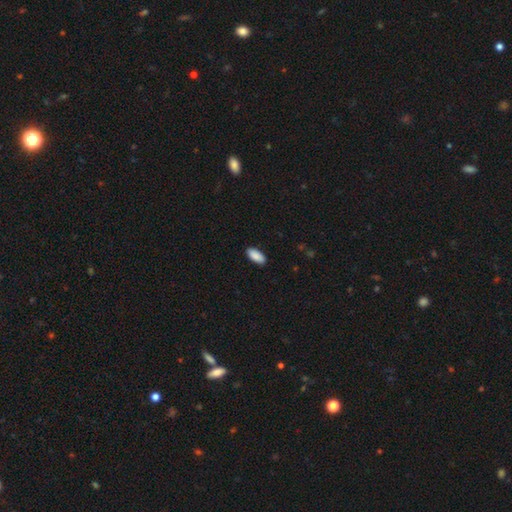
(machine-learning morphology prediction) type=smooth (90%); roundness=in between (91%); merging=none (90%).